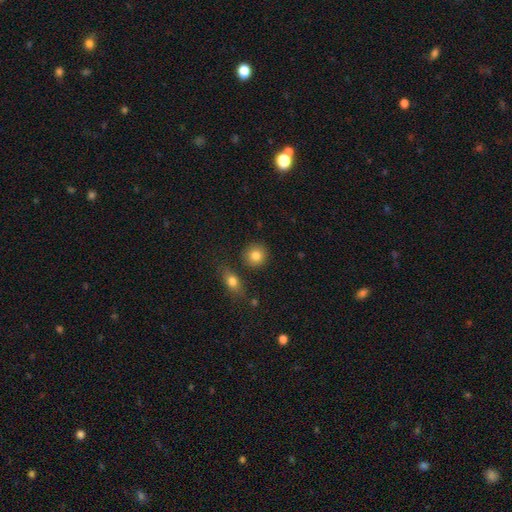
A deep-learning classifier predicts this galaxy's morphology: A smooth galaxy with no disk features (84%) that is round (89%). Merging: none (84%).